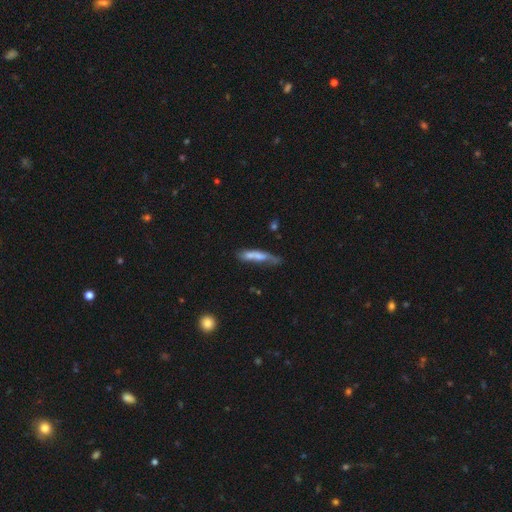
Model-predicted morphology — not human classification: smooth_or_featured: smooth (p=0.60) [alt: featured or disk p=0.32]
how_rounded: cigar-shaped (p=0.80) [alt: in between p=0.18]
merging: none (p=0.40) [alt: minor disturbance p=0.26]